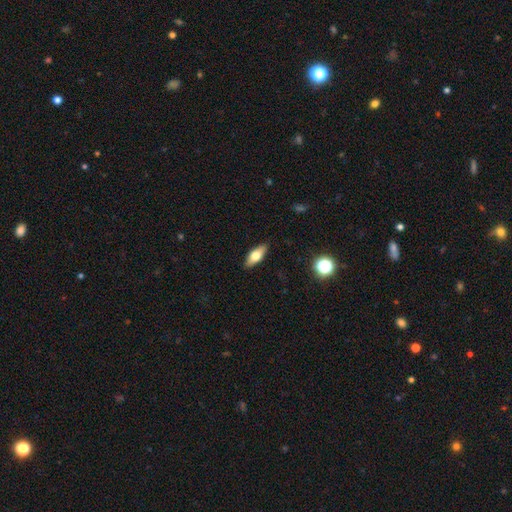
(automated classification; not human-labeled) Smooth or featured? Predicted: smooth (p=0.65). How rounded? Predicted: in between (p=0.74). Merging? Predicted: none (p=0.88).